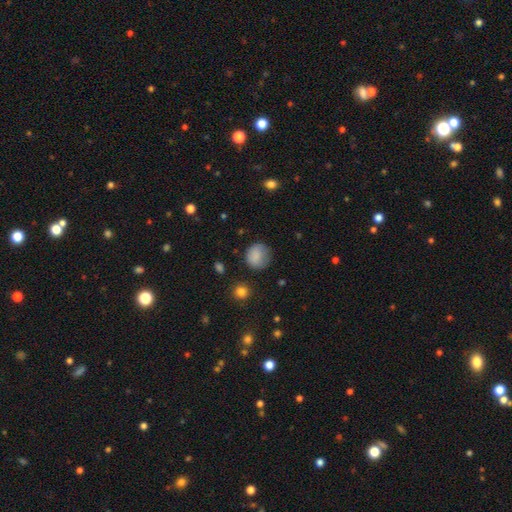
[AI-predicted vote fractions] Smooth or featured: smooth — 84% (star or artifact — 9%)
How rounded: round — 83% (in between — 16%)
Merging: none — 71% (minor disturbance — 20%)